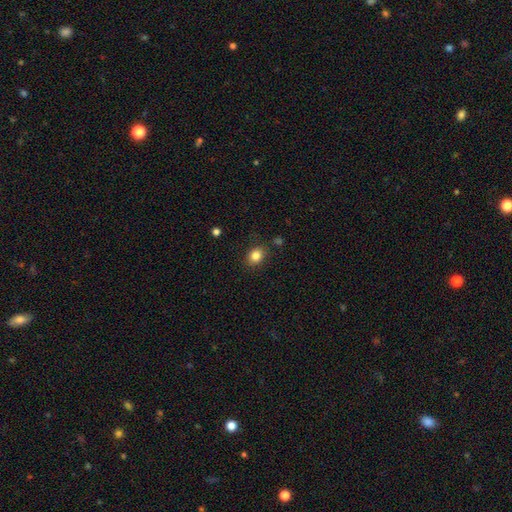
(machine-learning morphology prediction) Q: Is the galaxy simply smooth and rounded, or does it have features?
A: smooth — 84%.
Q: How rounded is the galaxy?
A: round — 53%.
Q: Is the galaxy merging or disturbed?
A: none — 84%.